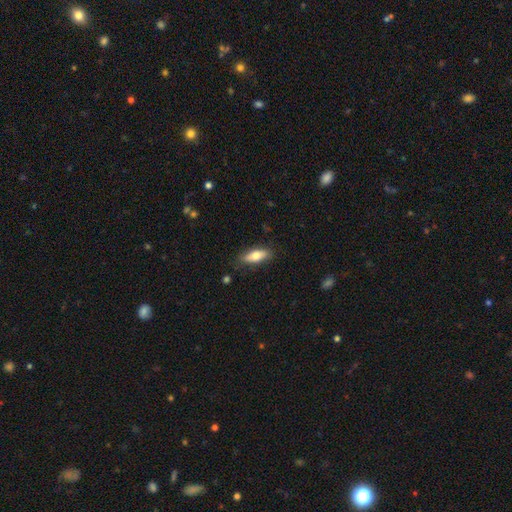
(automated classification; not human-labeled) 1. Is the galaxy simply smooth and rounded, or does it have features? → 72% smooth, 22% featured or disk, 6% star or artifact.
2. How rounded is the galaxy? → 67% in between, 30% cigar-shaped, 3% round.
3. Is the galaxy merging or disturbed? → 83% none, 13% minor disturbance, 2% major disturbance, 1% merger.